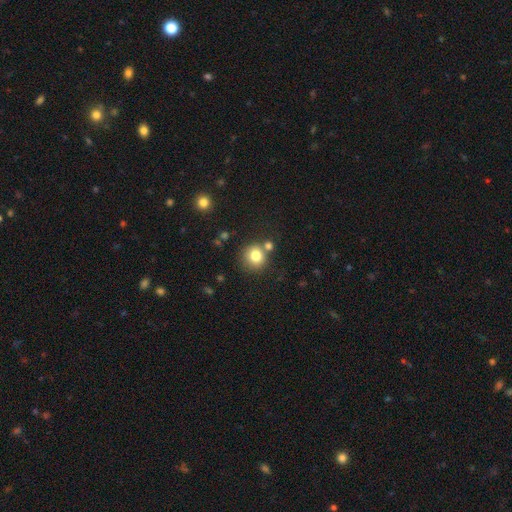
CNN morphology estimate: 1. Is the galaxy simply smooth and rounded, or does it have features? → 79% smooth, 11% star or artifact, 9% featured or disk.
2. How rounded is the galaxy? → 89% round, 10% in between, 1% cigar-shaped.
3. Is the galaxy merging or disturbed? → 69% none, 17% merger, 10% minor disturbance, 4% major disturbance.